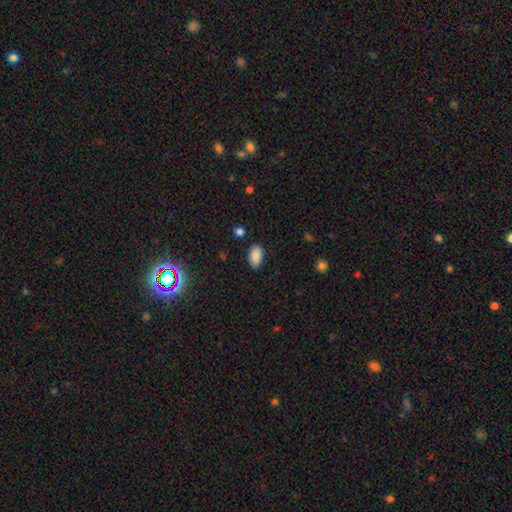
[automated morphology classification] Smooth or featured? smooth (89%)
How rounded? in between (94%)
Merging? none (85%)